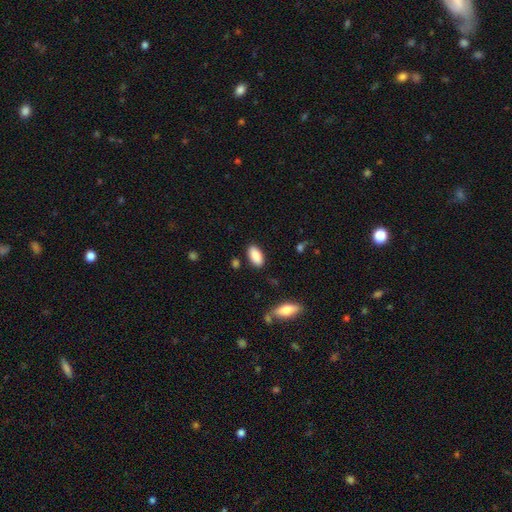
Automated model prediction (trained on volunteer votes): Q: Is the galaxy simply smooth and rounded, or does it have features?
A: smooth — 89%.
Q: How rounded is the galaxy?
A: in between — 92%.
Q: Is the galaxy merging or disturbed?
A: none — 85%.